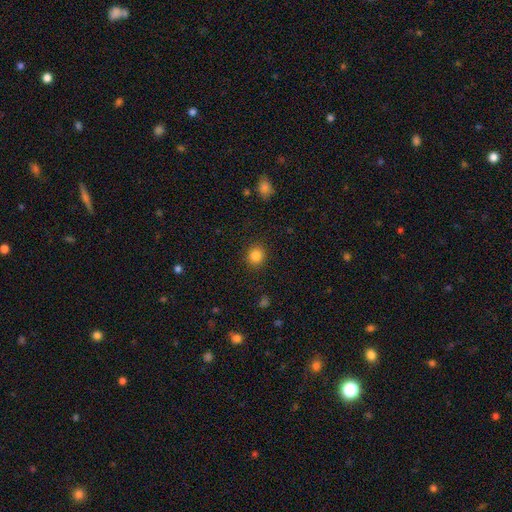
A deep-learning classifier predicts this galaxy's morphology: Smooth or featured?
  - smooth: 85% *
  - star or artifact: 11%
  - featured or disk: 4%
How rounded?
  - round: 87% *
  - in between: 12%
  - cigar-shaped: 1%
Merging?
  - none: 90% *
  - minor disturbance: 7%
  - major disturbance: 3%
  - merger: 1%